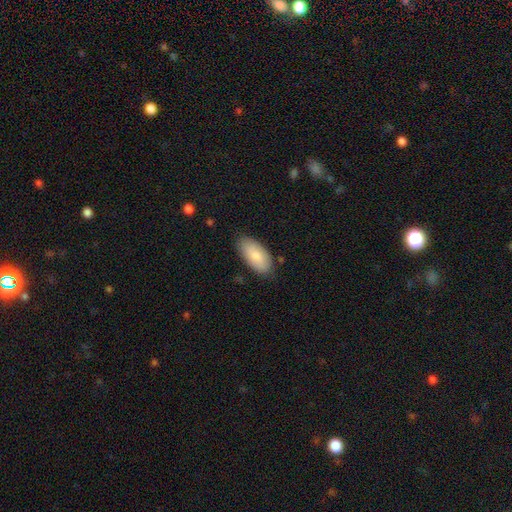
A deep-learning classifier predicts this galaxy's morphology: This is clearly a smooth galaxy (82%). How rounded: clearly in between (93%). Merging: clearly none (81%).